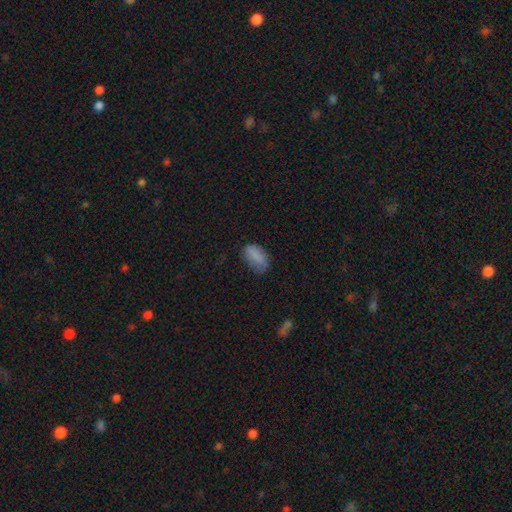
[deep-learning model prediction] A smooth galaxy with no disk features (82%) that is in between round and cigar-shaped (91%). Merging: none (62%).